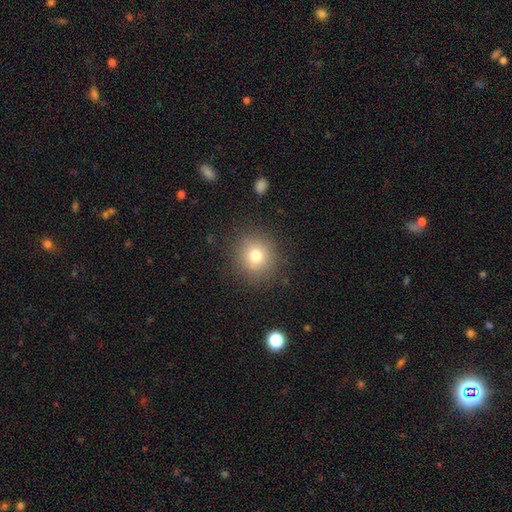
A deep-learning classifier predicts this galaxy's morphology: Smooth or featured?
  - smooth: 76% *
  - star or artifact: 13%
  - featured or disk: 11%
How rounded?
  - round: 90% *
  - in between: 9%
  - cigar-shaped: 1%
Merging?
  - none: 87% *
  - minor disturbance: 8%
  - major disturbance: 4%
  - merger: 1%